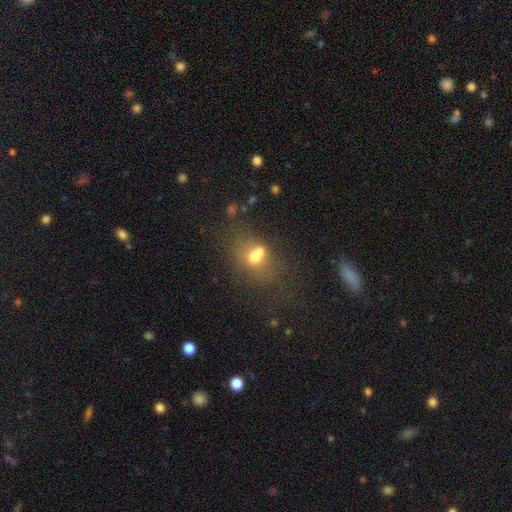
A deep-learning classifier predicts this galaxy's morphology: Overall: smooth (55%; featured or disk 28%). How rounded: in between (59%; round 38%). Merging: merger (39%; none 33%).